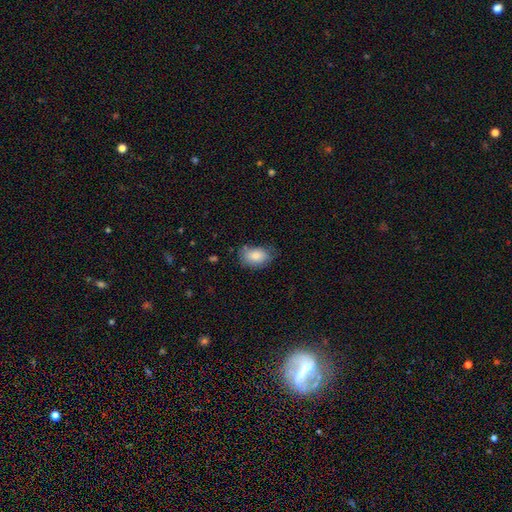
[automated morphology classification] type=smooth (84%); roundness=in between (86%); merging=none (63%).